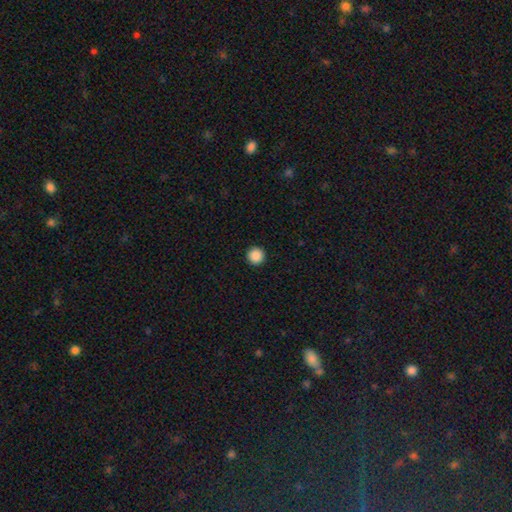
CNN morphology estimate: The model was most divided on "smooth or featured": smooth: 88%, star or artifact: 9%, featured or disk: 2%. More confident: how rounded — round (97%); merging — none (94%).